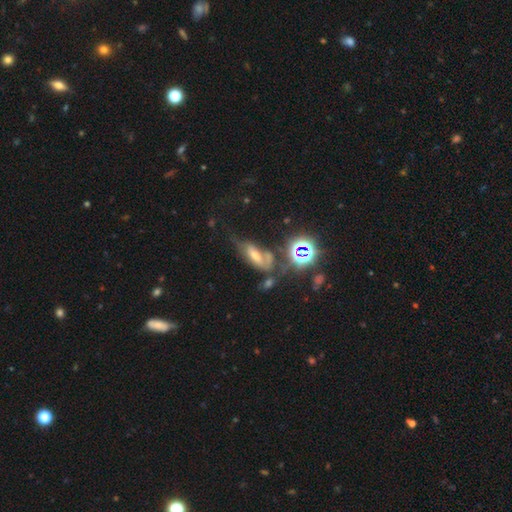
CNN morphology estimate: Smooth or featured?
  - featured or disk: 38% *
  - smooth: 31%
  - star or artifact: 31%
Merging?
  - none: 38% *
  - minor disturbance: 25%
  - major disturbance: 23%
  - merger: 14%